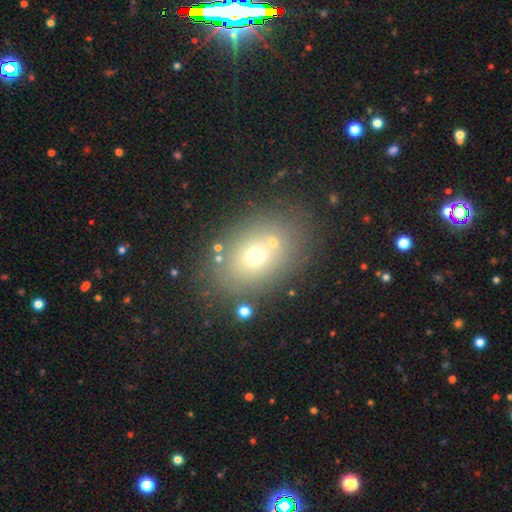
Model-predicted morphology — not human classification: Smooth or featured?
  - smooth: 64% *
  - featured or disk: 19%
  - star or artifact: 17%
How rounded?
  - in between: 66% *
  - round: 33%
  - cigar-shaped: 1%
Merging?
  - none: 73% *
  - minor disturbance: 12%
  - merger: 10%
  - major disturbance: 5%